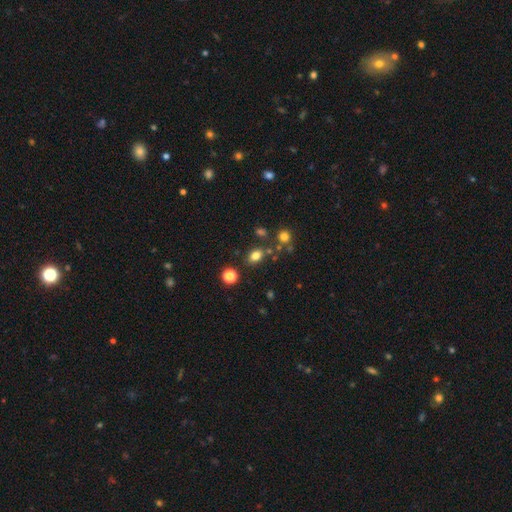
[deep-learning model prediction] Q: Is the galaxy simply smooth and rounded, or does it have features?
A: smooth — 79%.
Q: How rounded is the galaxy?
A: in between — 70%.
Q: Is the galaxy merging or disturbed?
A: none — 77%.